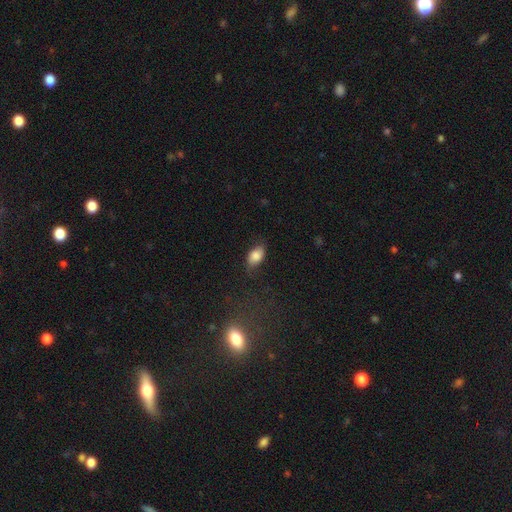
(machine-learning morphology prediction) A smooth galaxy with no disk features (78%) that is in between round and cigar-shaped (90%). Merging: none (69%).